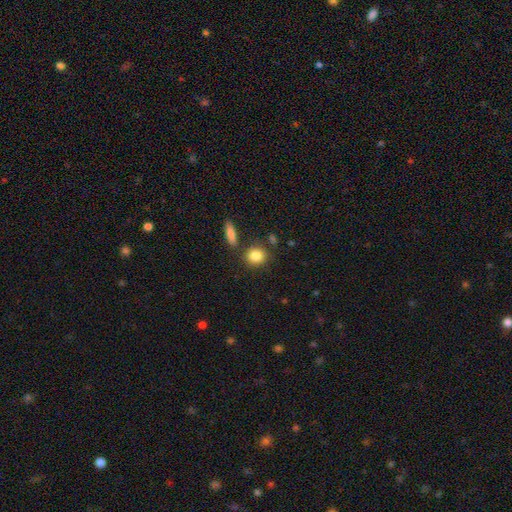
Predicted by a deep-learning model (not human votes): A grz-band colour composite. It shows a smooth galaxy with no disk features (86%) that is round (74%). Merging: none (77%).